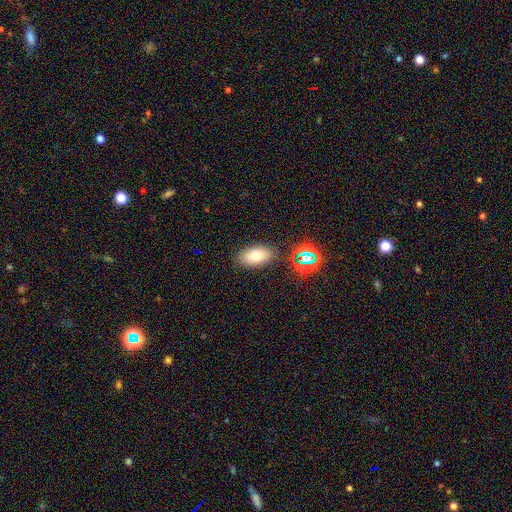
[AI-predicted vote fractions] Overall: smooth (69%). How rounded: in between (89%). Merging: none (83%).